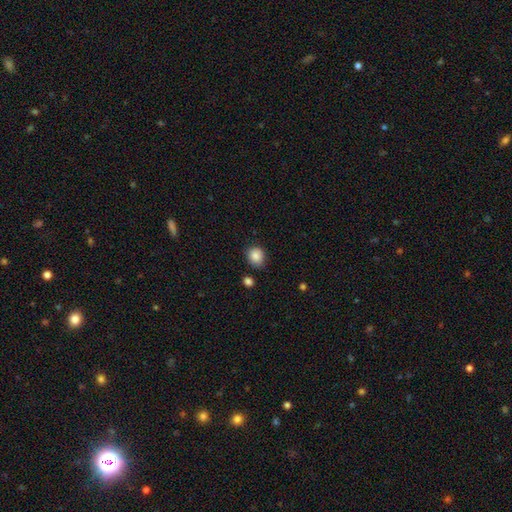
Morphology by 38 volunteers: Smooth or featured? 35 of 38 (92%) said smooth. How rounded? 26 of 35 (74%) said round. Merging? 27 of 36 (75%) said none.